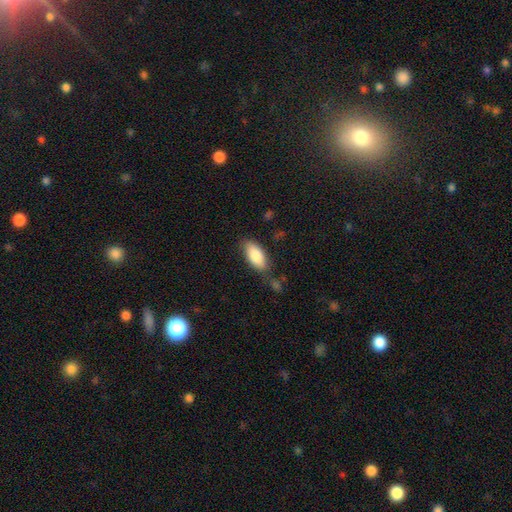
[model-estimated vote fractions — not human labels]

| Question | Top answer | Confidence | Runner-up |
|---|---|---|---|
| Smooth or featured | smooth | 84% | featured or disk (10%) |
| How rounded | in between | 88% | cigar-shaped (9%) |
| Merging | none | 70% | minor disturbance (19%) |